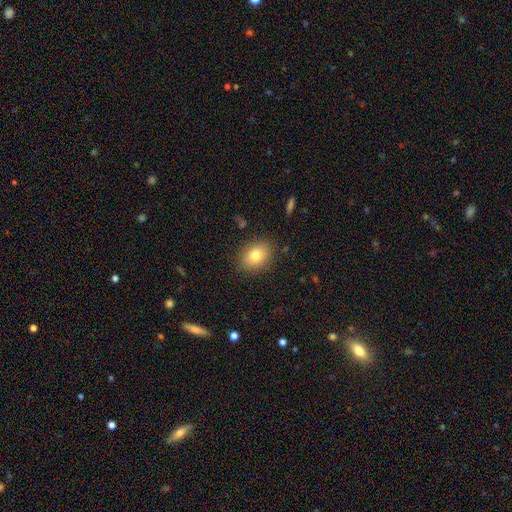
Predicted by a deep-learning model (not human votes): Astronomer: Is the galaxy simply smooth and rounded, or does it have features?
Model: smooth — 79%.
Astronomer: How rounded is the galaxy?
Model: in between — 54% (runner-up: round, 45%).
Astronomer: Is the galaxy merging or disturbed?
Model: none — 87%.